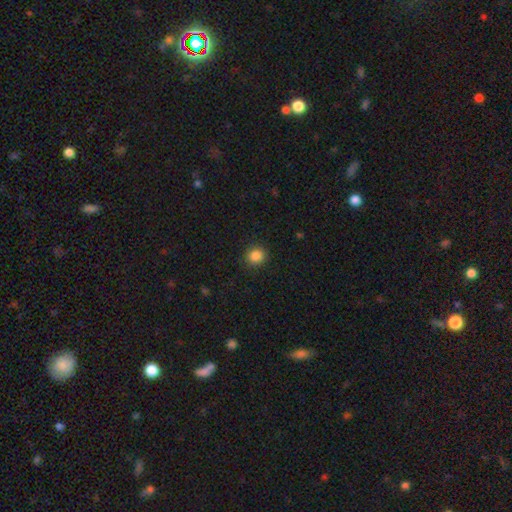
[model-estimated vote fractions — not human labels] Morphology: type=smooth (86%); roundness=round (88%); merging=none (90%).